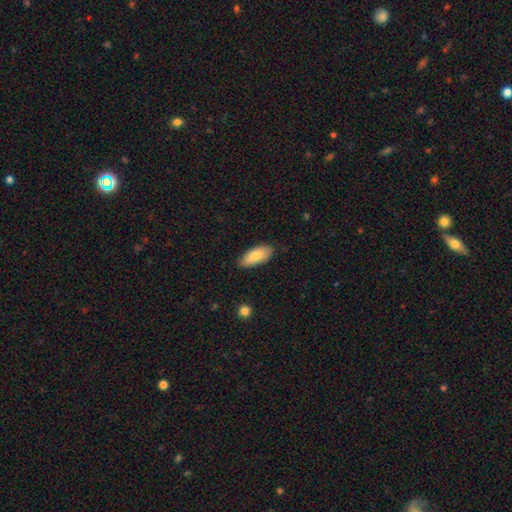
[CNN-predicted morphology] Smooth or featured? smooth (82%)
How rounded? in between (89%)
Merging? none (83%)